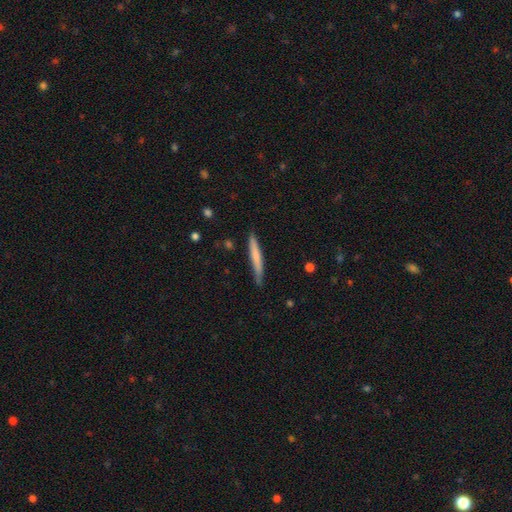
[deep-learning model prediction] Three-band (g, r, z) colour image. It shows a smooth galaxy with no disk features (64%) that is cigar-shaped (96%). Merging: none (81%).